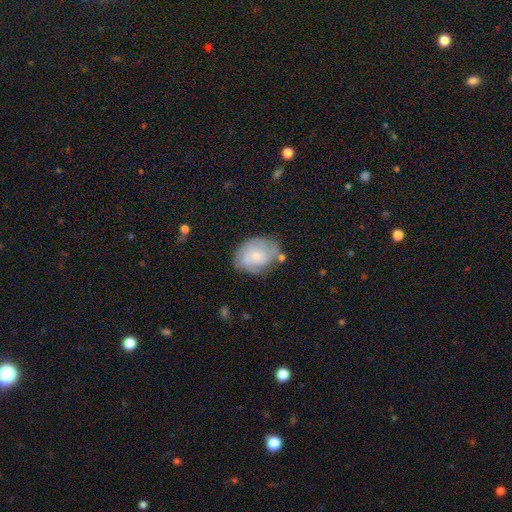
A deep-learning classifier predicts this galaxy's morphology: Smooth or featured? featured or disk (56%)
Edge-on disk? no (97%)
Bar? no (77%)
Spiral arms? yes (77%)
Bulge size? small (67%)
Merging? none (63%)